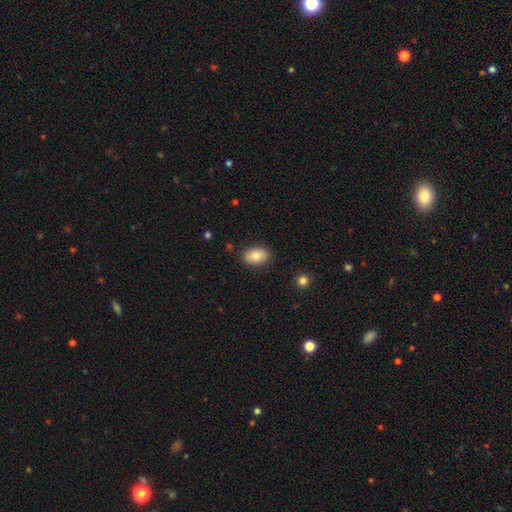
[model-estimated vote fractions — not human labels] smooth 81%, featured or disk 11%, star or artifact 7%. Down the decision tree: how rounded — in between (84%); merging — none (87%).